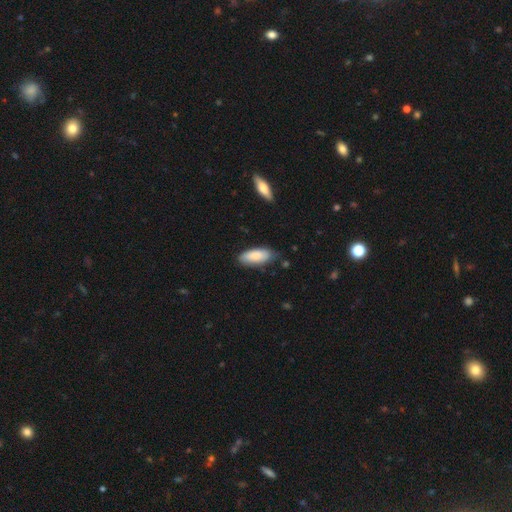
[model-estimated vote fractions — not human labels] Smooth or featured? smooth (85%)
How rounded? in between (80%)
Merging? none (75%)